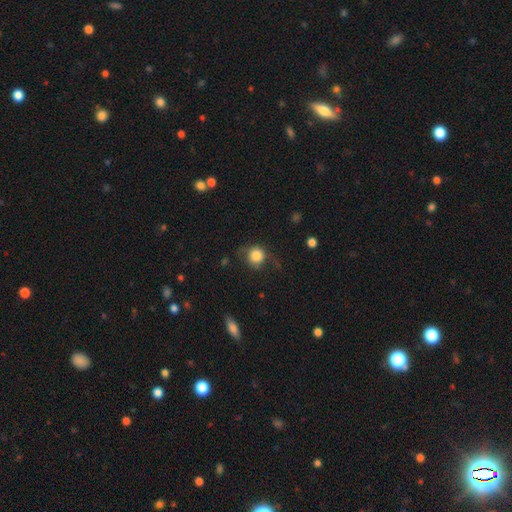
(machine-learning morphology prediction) Smooth or featured: smooth — 77% (featured or disk — 14%)
How rounded: round — 87% (in between — 12%)
Merging: none — 58% (minor disturbance — 25%)